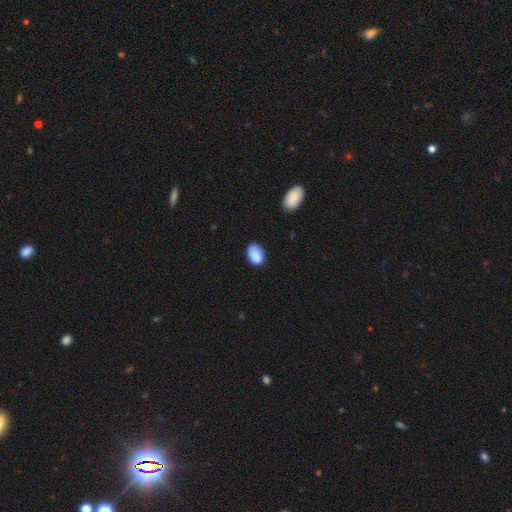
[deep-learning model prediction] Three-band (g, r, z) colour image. It shows a smooth galaxy with no disk features (86%) that is in between round and cigar-shaped (87%). Merging: none (64%).